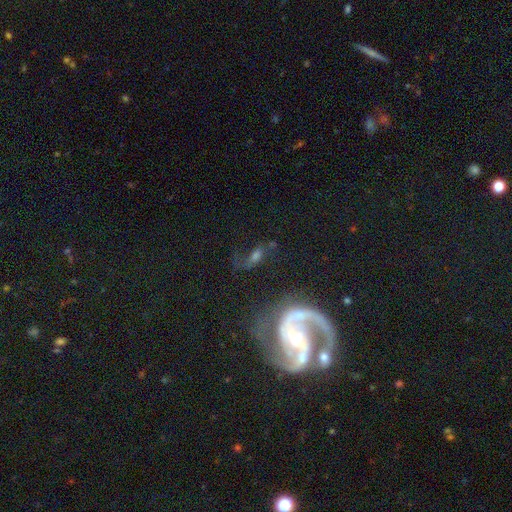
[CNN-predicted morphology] This is likely a featured or disk galaxy (63%). It is clearly not viewed edge-on (93%). Bar: marginally no (41%). Spiral arm pattern: clearly yes (86%). Spiral arm count: likely 2 (76%). Spiral winding: possibly loose (54%). Central bulge: marginally moderate (41%, tied with small). Merging: marginally none (44%).